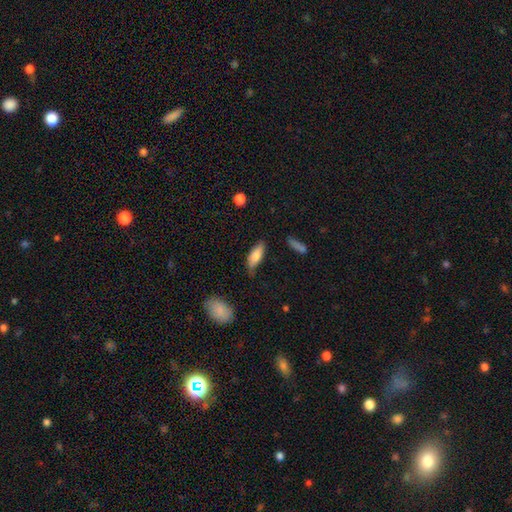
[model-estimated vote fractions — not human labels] A smooth galaxy with no disk features (76%) that is in between round and cigar-shaped (70%).

Vote fractions:
- Smooth or featured? smooth: 76% / featured or disk: 18% / star or artifact: 6%
- How rounded? in between: 70% / cigar-shaped: 28% / round: 2%
- Merging? none: 63% / minor disturbance: 28% / major disturbance: 6% / merger: 2%